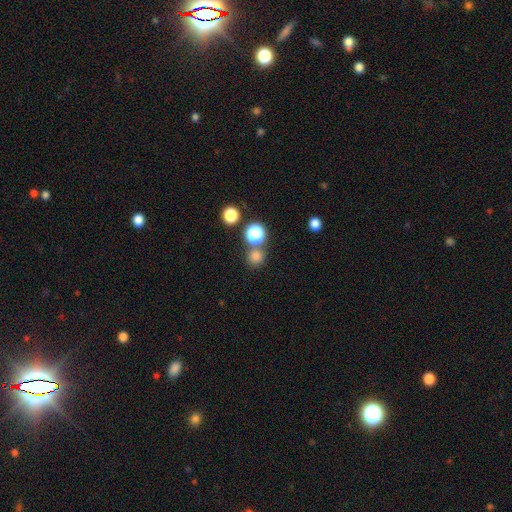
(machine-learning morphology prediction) Smooth or featured: smooth — 76% (star or artifact — 19%)
How rounded: round — 91% (in between — 8%)
Merging: none — 72% (merger — 18%)